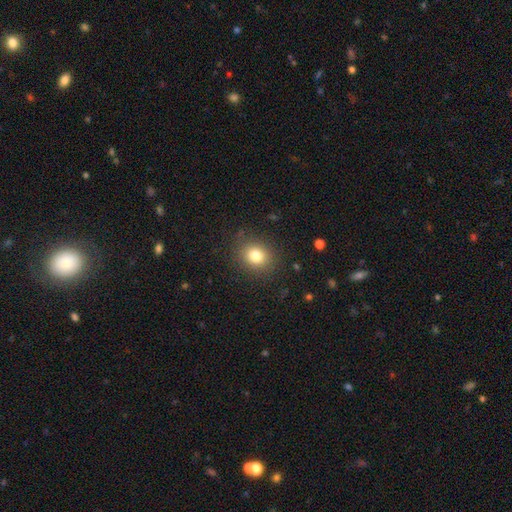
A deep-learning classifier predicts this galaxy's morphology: smooth 80%, star or artifact 12%, featured or disk 8%. Down the decision tree: how rounded — round (70%); merging — none (86%).